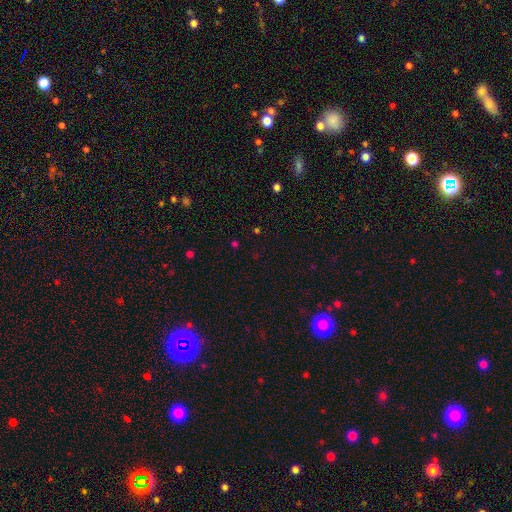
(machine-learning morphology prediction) Smooth or featured? star or artifact (62%)